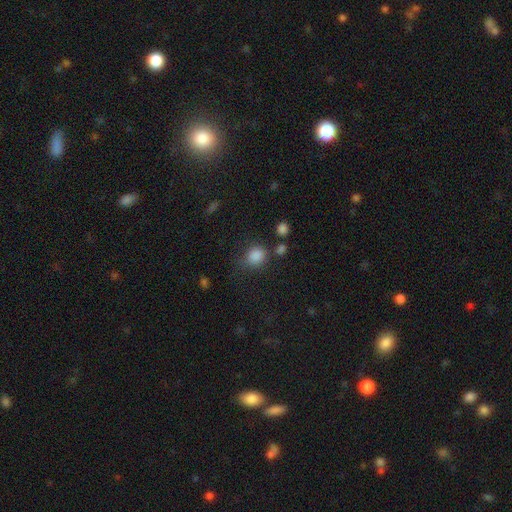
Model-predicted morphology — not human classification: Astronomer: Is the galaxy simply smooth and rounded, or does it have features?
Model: smooth — 84%.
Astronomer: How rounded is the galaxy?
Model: round — 70%.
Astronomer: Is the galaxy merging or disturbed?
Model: none — 68%.